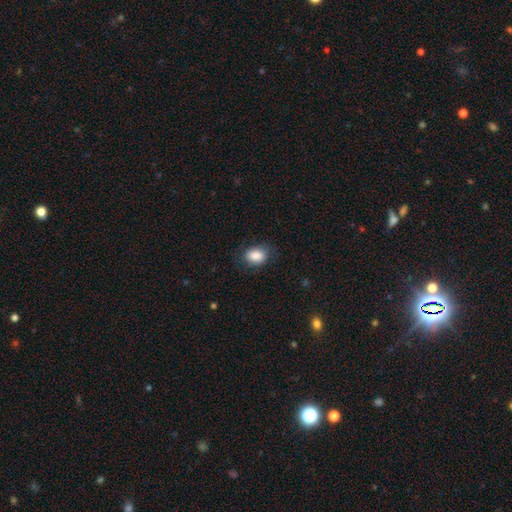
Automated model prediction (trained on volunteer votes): Smooth or featured? smooth (87%)
How rounded? in between (74%)
Merging? none (77%)